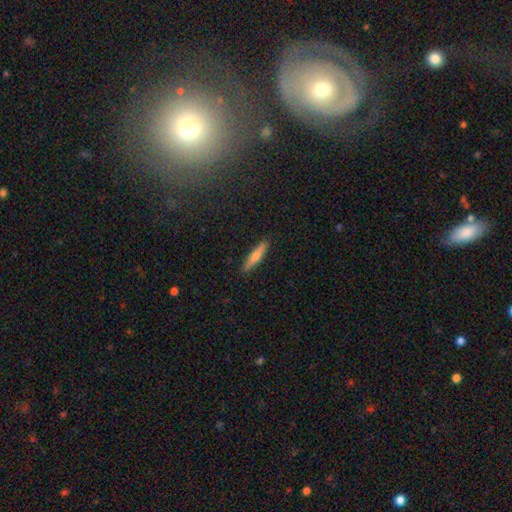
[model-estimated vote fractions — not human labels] This is possibly a smooth galaxy (59%). How rounded: clearly cigar-shaped (88%). Merging: clearly none (90%).